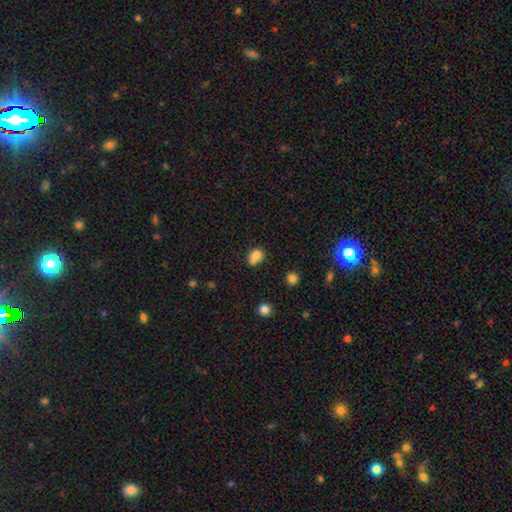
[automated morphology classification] smooth-or-featured: smooth: 80% | star or artifact: 11% | featured or disk: 9%
  how-rounded: in between: 54% | round: 44% | cigar-shaped: 1%
  merging: none: 52% | minor disturbance: 23% | merger: 20% | major disturbance: 6%